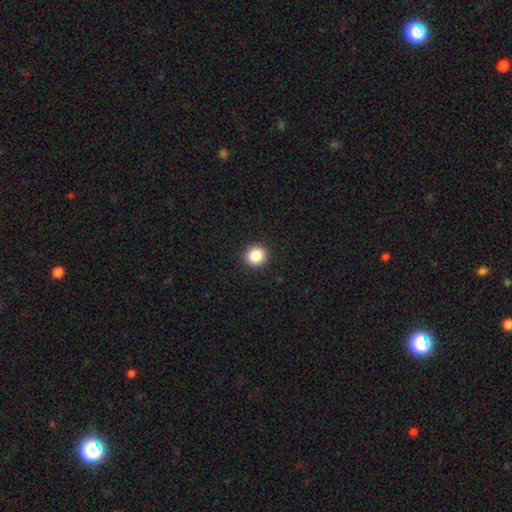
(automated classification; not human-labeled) A smooth galaxy with no disk features (87%) that is round (90%). Merging: none (93%).